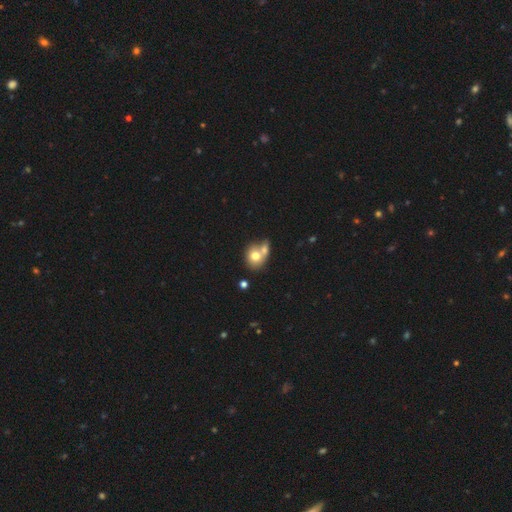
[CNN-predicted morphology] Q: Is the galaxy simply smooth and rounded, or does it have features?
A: smooth — 73%.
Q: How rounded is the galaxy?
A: round — 63%.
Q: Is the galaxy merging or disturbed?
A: merger — 55%.